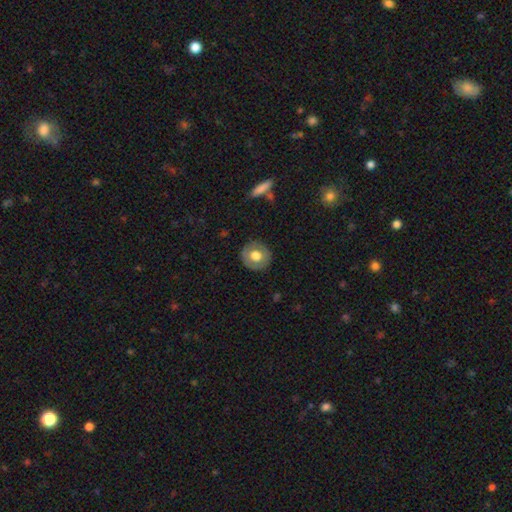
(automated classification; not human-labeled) Smooth or featured? Predicted: smooth (p=0.66). How rounded? Predicted: round (p=0.88). Merging? Predicted: none (p=0.87).